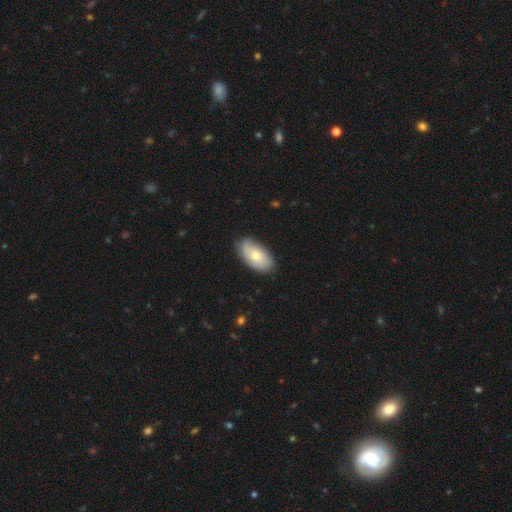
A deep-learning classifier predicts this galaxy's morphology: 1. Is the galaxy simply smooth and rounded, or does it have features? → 59% smooth, 35% featured or disk, 6% star or artifact.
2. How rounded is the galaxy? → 94% in between, 4% round, 3% cigar-shaped.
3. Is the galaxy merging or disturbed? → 75% none, 20% minor disturbance, 4% major disturbance, 1% merger.